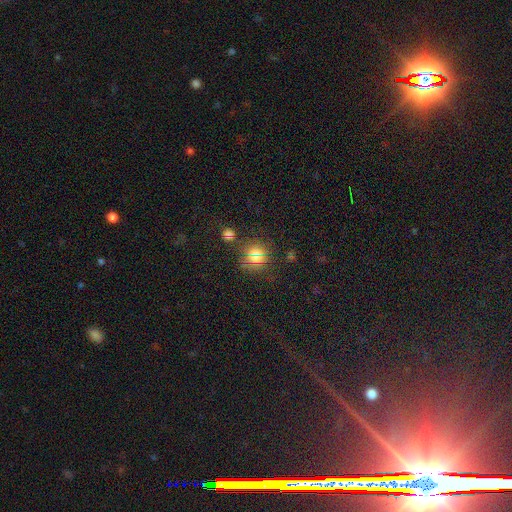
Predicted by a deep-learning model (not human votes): A smooth galaxy with no disk features (58%) that is round (88%). Merging: none (80%).